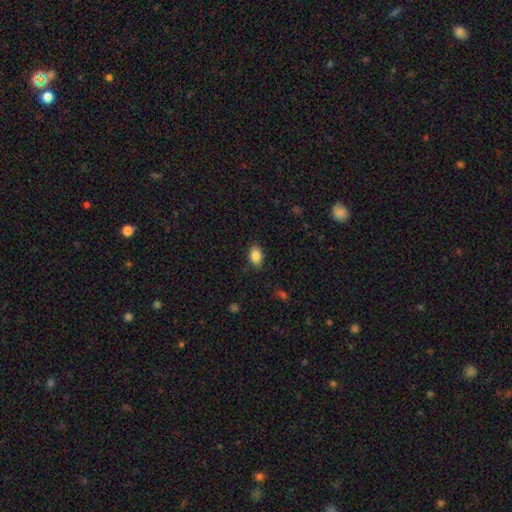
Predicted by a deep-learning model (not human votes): Q: Smooth or featured?
A: smooth (85%); runner-up: star or artifact (8%)
Q: How rounded?
A: in between (83%); runner-up: round (15%)
Q: Merging?
A: none (87%); runner-up: minor disturbance (10%)